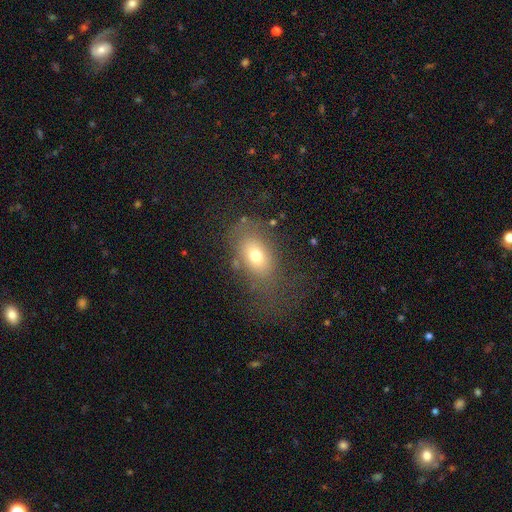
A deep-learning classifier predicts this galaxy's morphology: Smooth or featured? smooth (69%)
How rounded? in between (80%)
Merging? none (53%)